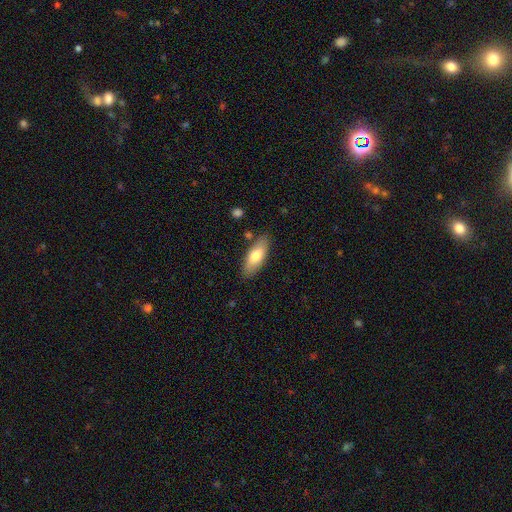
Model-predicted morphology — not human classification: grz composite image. It shows a smooth galaxy with no disk features (72%) that is in between round and cigar-shaped (77%). Merging: none (83%).